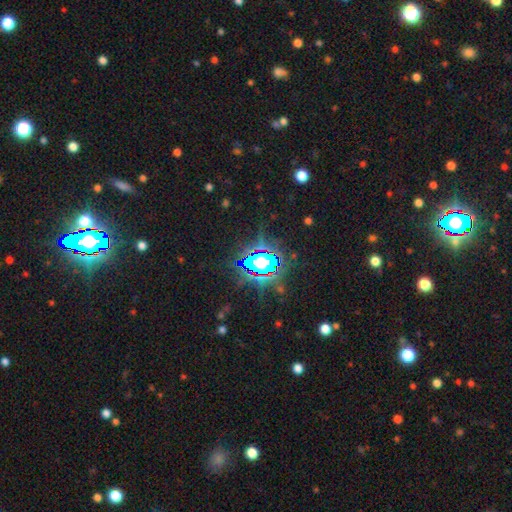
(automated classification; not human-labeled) A star or artifact, not a galaxy (73%).

Vote fractions:
- Smooth or featured? star or artifact: 73% / smooth: 15% / featured or disk: 12%